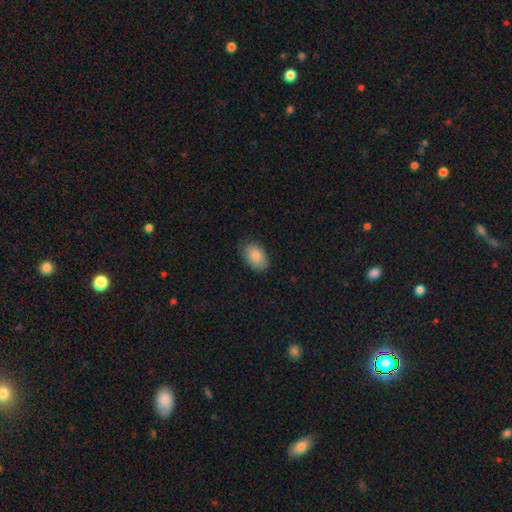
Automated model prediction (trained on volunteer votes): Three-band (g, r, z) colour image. It shows a smooth galaxy with no disk features (87%) that is in between round and cigar-shaped (89%). Merging: none (81%).